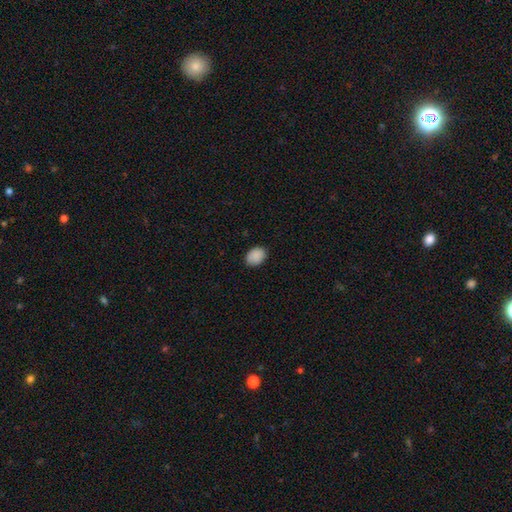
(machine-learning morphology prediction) A smooth galaxy with no disk features (89%) that is in between round and cigar-shaped (74%).

Vote fractions:
- Smooth or featured? smooth: 89% / star or artifact: 8% / featured or disk: 3%
- How rounded? in between: 74% / round: 25% / cigar-shaped: 1%
- Merging? none: 84% / minor disturbance: 13% / major disturbance: 2% / merger: 1%